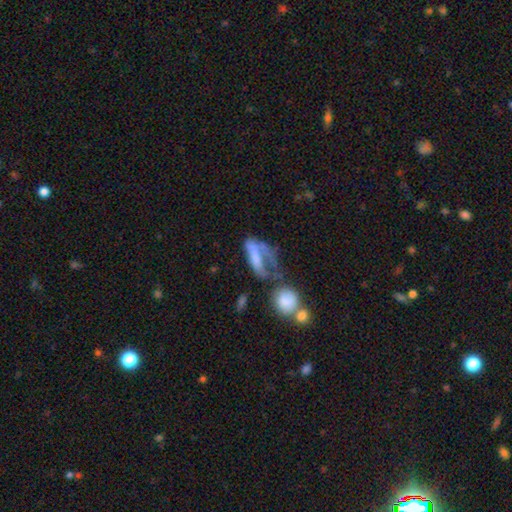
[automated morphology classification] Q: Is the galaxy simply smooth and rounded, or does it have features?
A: smooth — 56%.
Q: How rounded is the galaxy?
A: in between — 60%.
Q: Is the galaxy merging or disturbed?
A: major disturbance — 44%.